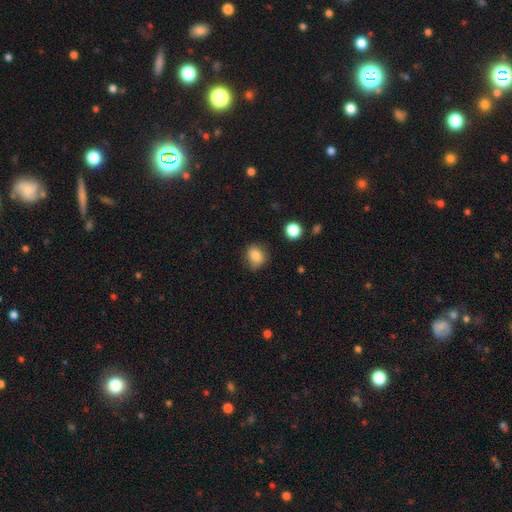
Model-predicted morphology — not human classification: Smooth or featured? smooth (84%)
How rounded? round (62%)
Merging? none (69%)